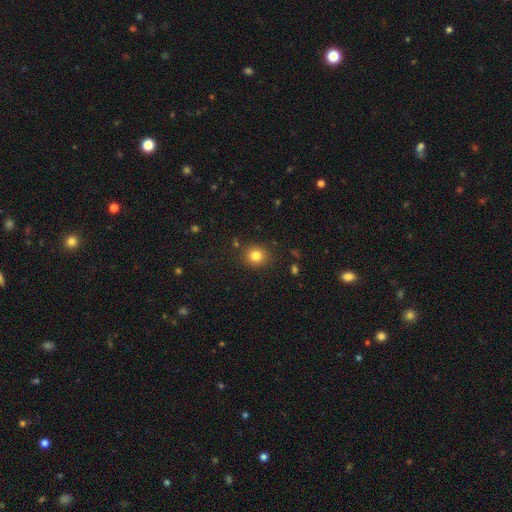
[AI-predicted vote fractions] A smooth galaxy with no disk features (82%) that is round (85%). Merging: none (87%).